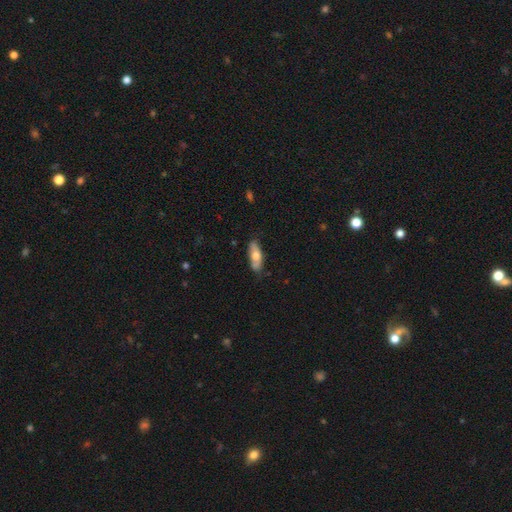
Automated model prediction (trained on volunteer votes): A smooth galaxy with no disk features (62%) that is in between round and cigar-shaped (69%). Merging: none (77%).